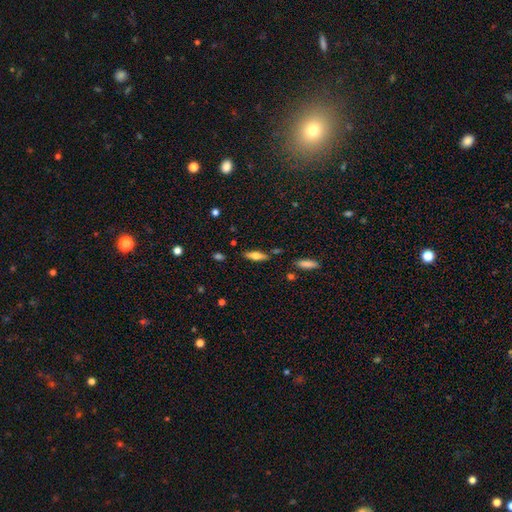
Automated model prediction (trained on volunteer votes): A smooth galaxy with no disk features (54%) that is cigar-shaped (53%). Merging: none (82%).